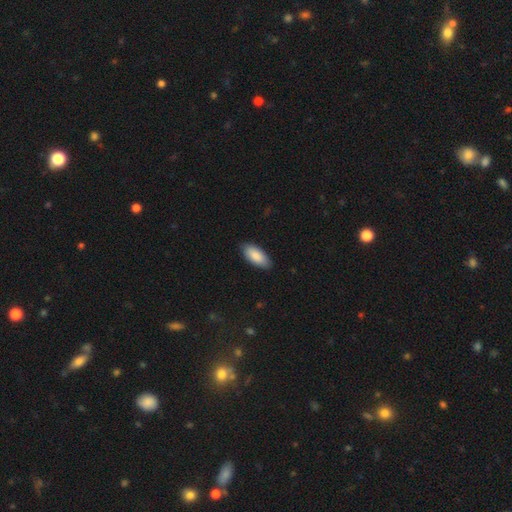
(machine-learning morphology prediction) Smooth or featured? Predicted: smooth (p=0.88). How rounded? Predicted: in between (p=0.89). Merging? Predicted: none (p=0.86).